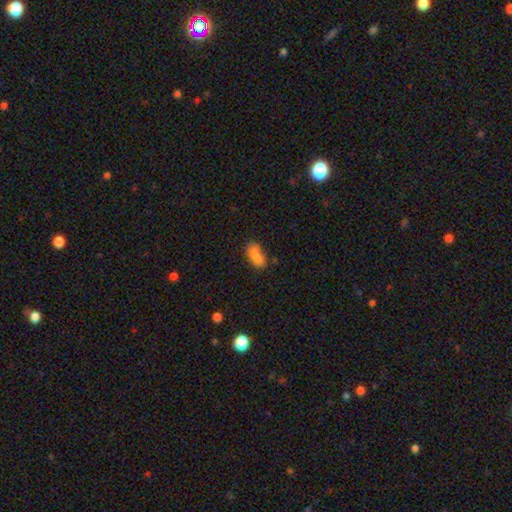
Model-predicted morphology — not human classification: Smooth or featured: smooth — 78% (featured or disk — 12%)
How rounded: in between — 85% (cigar-shaped — 9%)
Merging: none — 52% (minor disturbance — 22%)